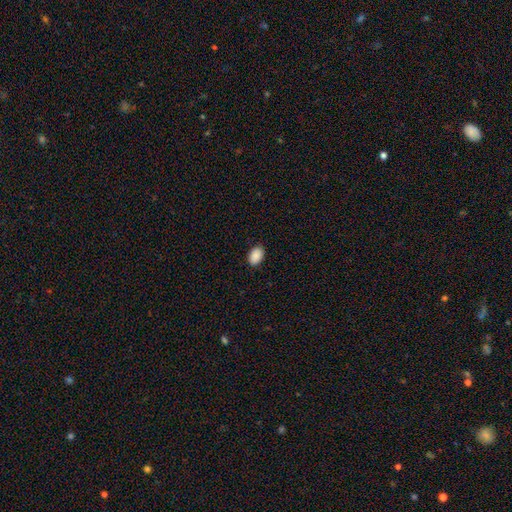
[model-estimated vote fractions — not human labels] Smooth or featured? smooth (90%)
How rounded? in between (89%)
Merging? none (89%)